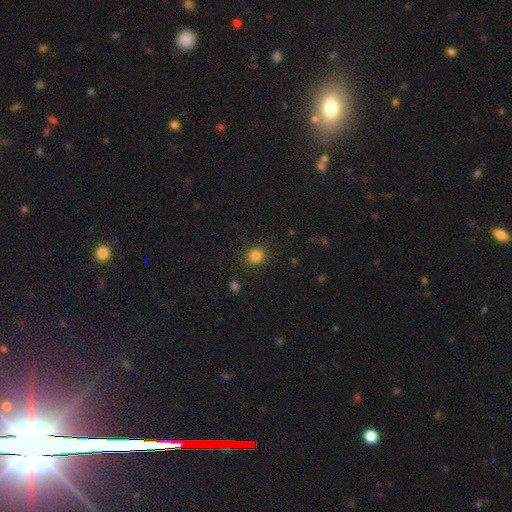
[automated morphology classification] Overall: smooth (84%). How rounded: round (88%). Merging: none (88%).